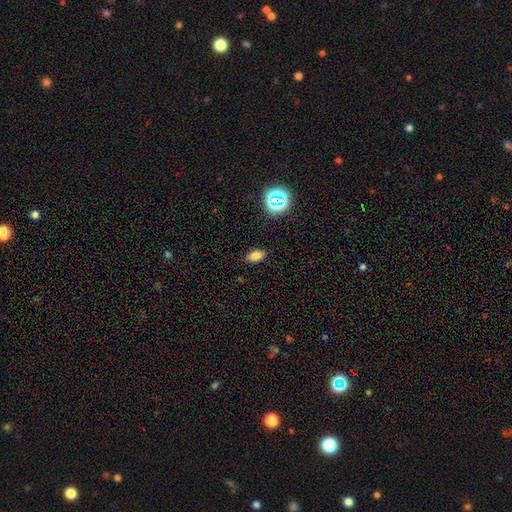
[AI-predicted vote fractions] The model was most divided on "smooth or featured": smooth: 77%, star or artifact: 15%, featured or disk: 7%. More confident: how rounded — in between (89%); merging — none (87%).